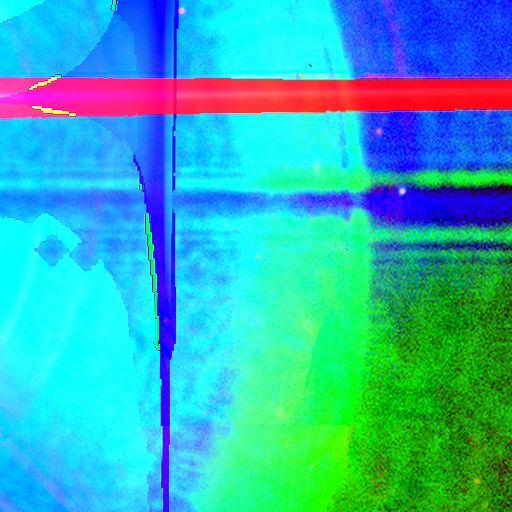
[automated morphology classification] Smooth or featured?
  - star or artifact: 87% *
  - featured or disk: 8%
  - smooth: 6%